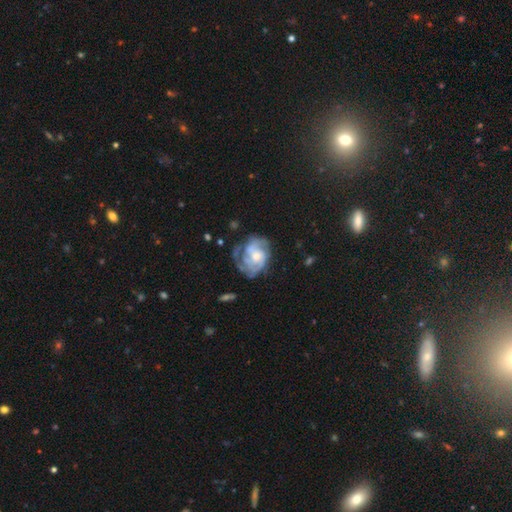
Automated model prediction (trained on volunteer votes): Q: Smooth or featured?
A: featured or disk (81%); runner-up: smooth (14%)
Q: Edge-on disk?
A: no (98%); runner-up: yes (2%)
Q: Bar?
A: no (69%); runner-up: weak (26%)
Q: Spiral arms?
A: yes (90%); runner-up: no (10%)
Q: Spiral winding?
A: tight (52%); runner-up: medium (36%)
Q: Spiral arm count?
A: can't tell (32%); runner-up: 2 (29%)
Q: Bulge size?
A: moderate (51%); runner-up: small (40%)
Q: Merging?
A: none (55%); runner-up: minor disturbance (24%)